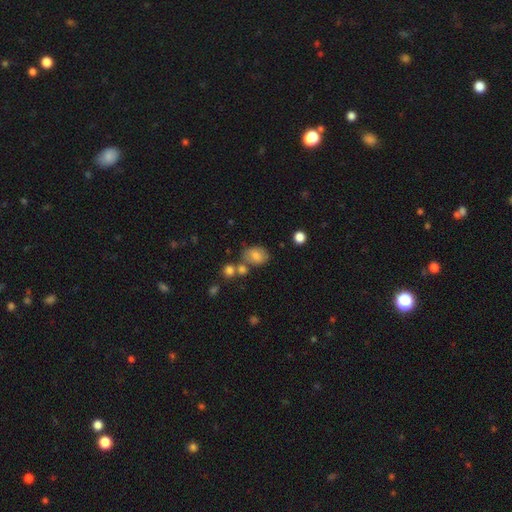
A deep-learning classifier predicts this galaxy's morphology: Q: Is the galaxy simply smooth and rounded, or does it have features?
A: smooth — 75%.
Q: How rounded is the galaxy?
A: in between — 58%.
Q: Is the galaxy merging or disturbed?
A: none — 60%.